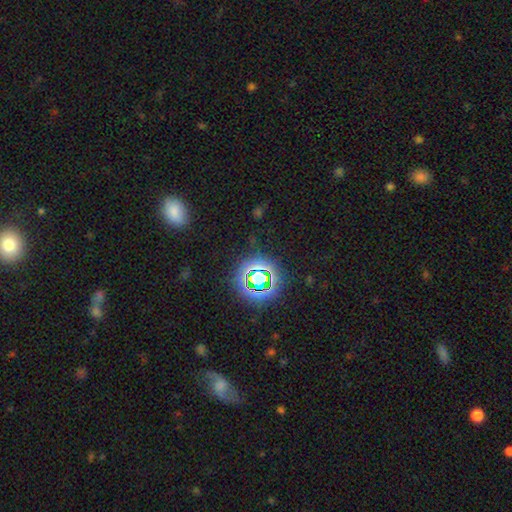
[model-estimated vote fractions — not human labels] Smooth or featured: star or artifact — 69% (smooth — 23%)